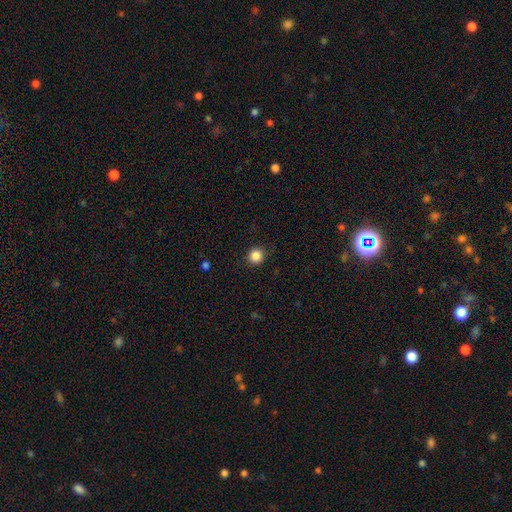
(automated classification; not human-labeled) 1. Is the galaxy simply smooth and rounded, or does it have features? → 86% smooth, 10% star or artifact, 3% featured or disk.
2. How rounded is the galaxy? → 93% round, 6% in between, 1% cigar-shaped.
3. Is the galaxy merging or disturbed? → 91% none, 6% minor disturbance, 2% major disturbance, 1% merger.